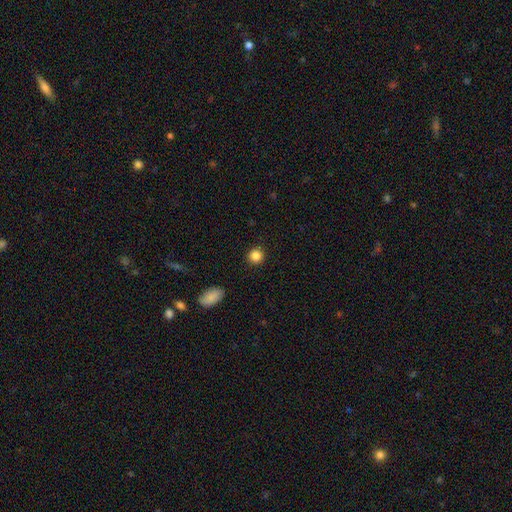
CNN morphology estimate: Smooth or featured?
  - smooth: 85% *
  - star or artifact: 11%
  - featured or disk: 4%
How rounded?
  - round: 92% *
  - in between: 7%
  - cigar-shaped: 1%
Merging?
  - none: 92% *
  - minor disturbance: 5%
  - major disturbance: 2%
  - merger: 1%